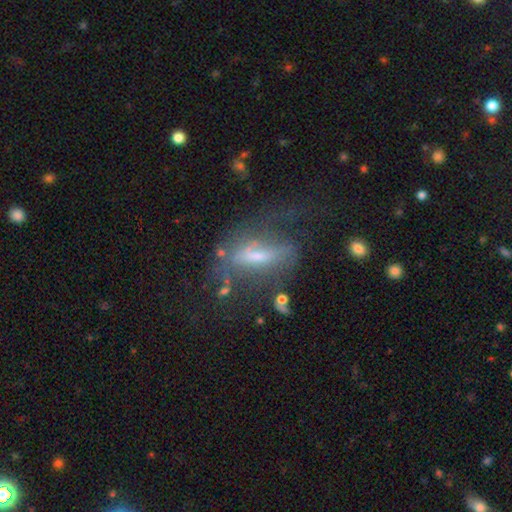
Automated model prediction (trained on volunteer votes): A featured or disk galaxy (58%).

Vote fractions:
- Smooth or featured? featured or disk: 58% / smooth: 30% / star or artifact: 12%
- Edge-on disk? no: 67% / yes: 33%
- Merging? none: 39% / major disturbance: 34% / minor disturbance: 21% / merger: 6%